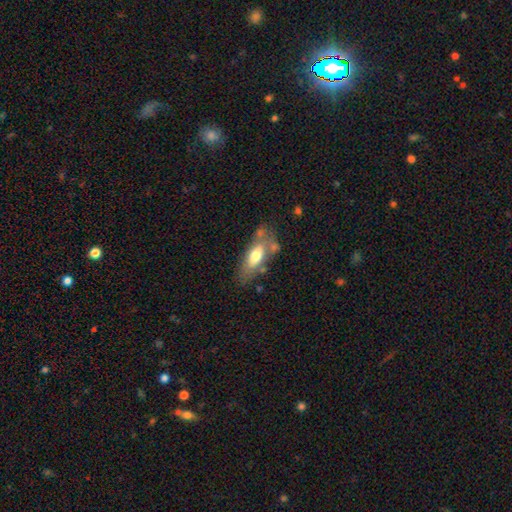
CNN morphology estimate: Smooth or featured? smooth (60%)
How rounded? in between (72%)
Merging? none (58%)